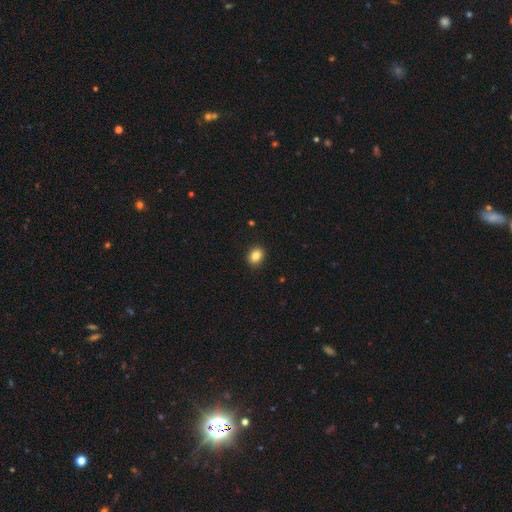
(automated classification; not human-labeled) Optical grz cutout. It shows a smooth galaxy with no disk features (85%) that is round (56%). Merging: none (91%).